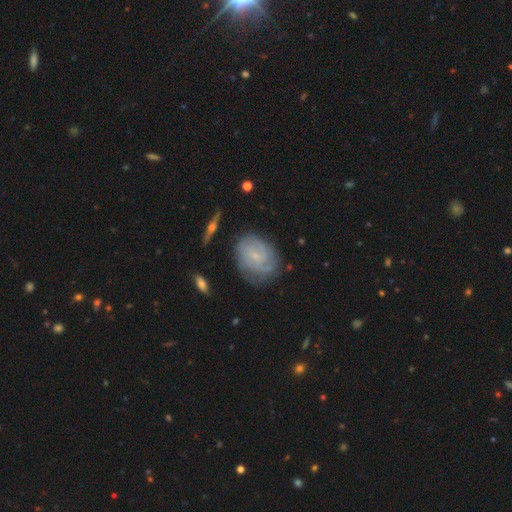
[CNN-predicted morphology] type=featured or disk (70%); edge-on=no (96%); bar=no (63%); spiral arms=yes (89%); winding=tight (60%); arm count=can't tell (45%); bulge=small (75%); merging=none (67%).